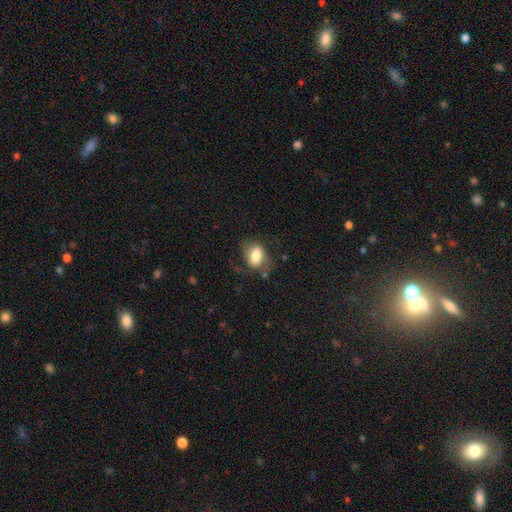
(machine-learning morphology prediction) Smooth or featured? Predicted: smooth (p=0.72). How rounded? Predicted: in between (p=0.78). Merging? Predicted: none (p=0.54).